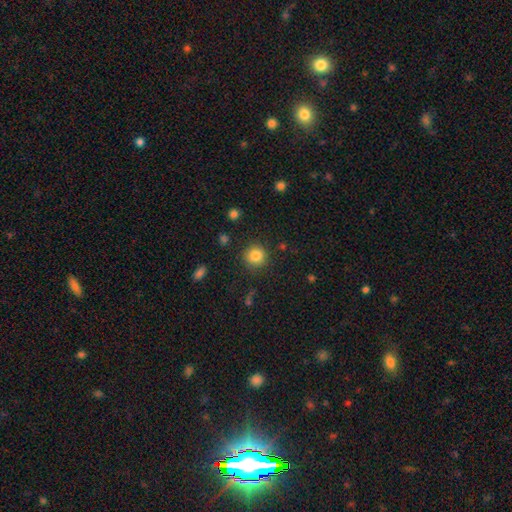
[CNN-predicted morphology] The model was most divided on "smooth or featured": smooth: 83%, star or artifact: 11%, featured or disk: 6%. More confident: how rounded — round (91%); merging — none (89%).